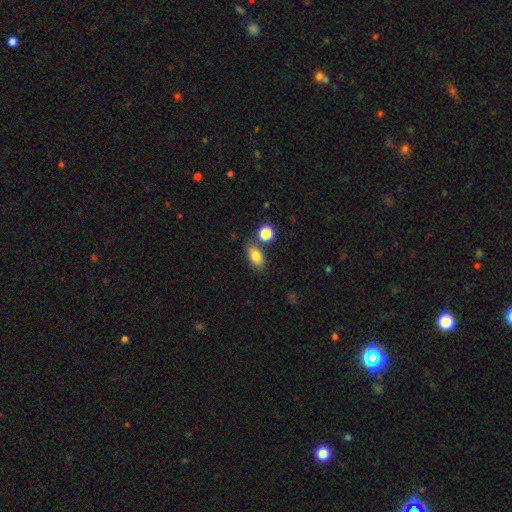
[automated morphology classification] type=smooth (80%); roundness=in between (85%); merging=none (71%).